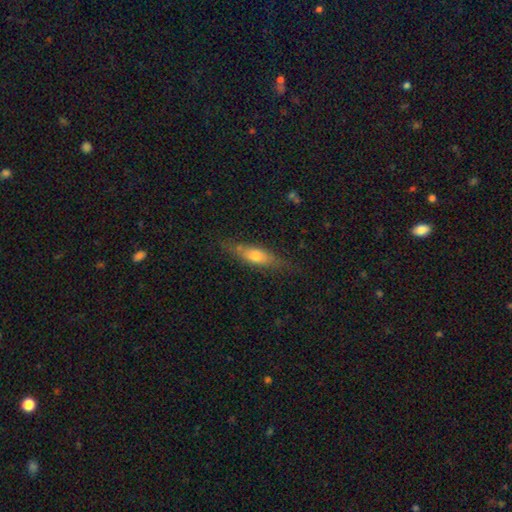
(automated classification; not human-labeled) smooth_or_featured: smooth (p=0.56) [alt: featured or disk p=0.37]
how_rounded: cigar-shaped (p=0.58) [alt: in between p=0.39]
merging: none (p=0.76) [alt: minor disturbance p=0.18]